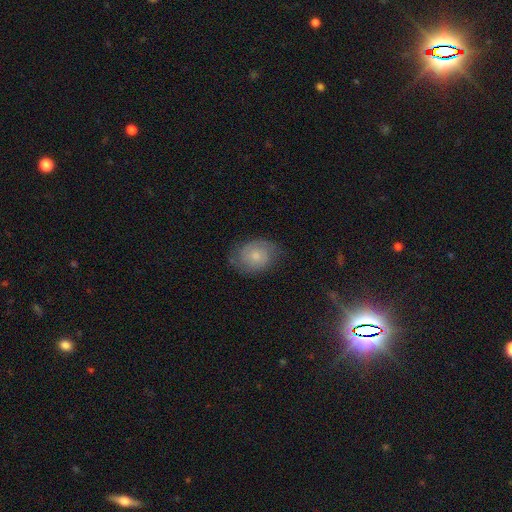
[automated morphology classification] featured or disk 47%, smooth 44%, star or artifact 9%. Down the decision tree: merging — none (70%).